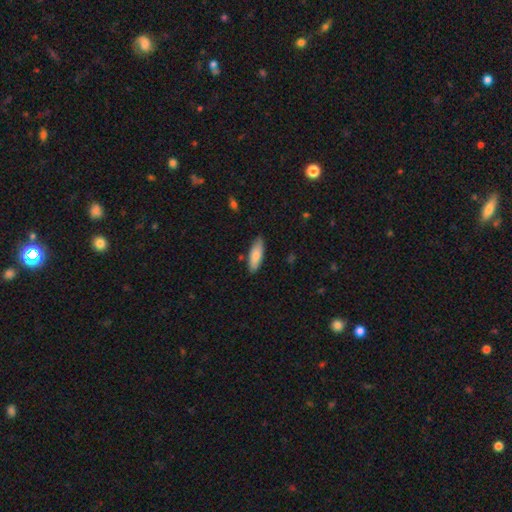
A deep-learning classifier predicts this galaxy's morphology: Overall: smooth (82%). How rounded: in between (60%; cigar-shaped 38%). Merging: none (84%).